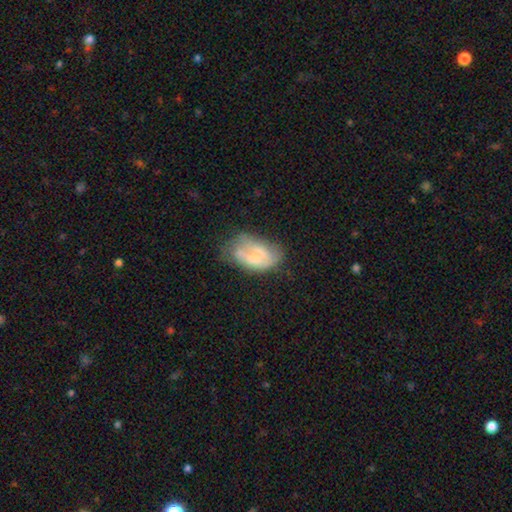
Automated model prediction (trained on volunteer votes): A smooth galaxy with no disk features (48%).

Vote fractions:
- Smooth or featured? smooth: 48% / featured or disk: 43% / star or artifact: 9%
- Merging? none: 31% / minor disturbance: 28% / major disturbance: 22% / merger: 19%